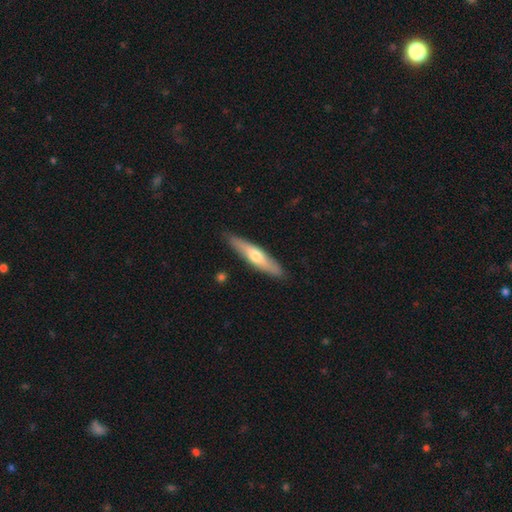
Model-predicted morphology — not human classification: A smooth galaxy with no disk features (48%).

Vote fractions:
- Smooth or featured? smooth: 48% / featured or disk: 46% / star or artifact: 5%
- Merging? none: 88% / minor disturbance: 9% / major disturbance: 2% / merger: 1%